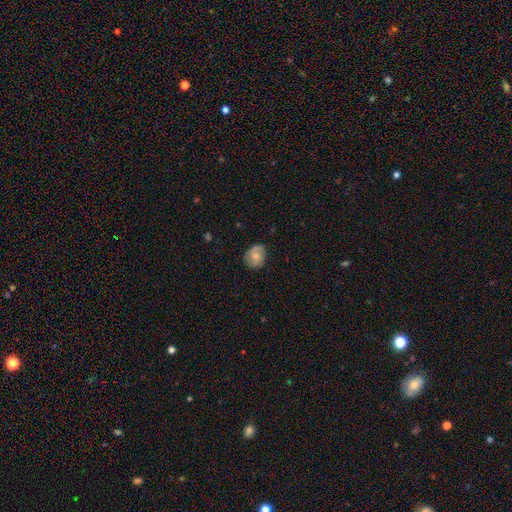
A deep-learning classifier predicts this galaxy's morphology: The model was most divided on "smooth or featured": smooth: 51%, featured or disk: 42%, star or artifact: 8%. More confident: merging — none (69%); how rounded — round (65%).